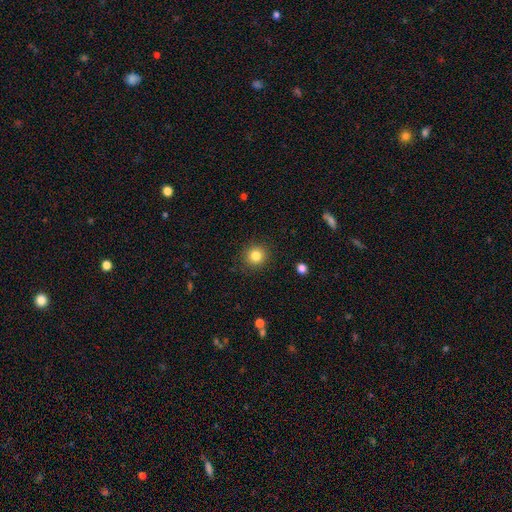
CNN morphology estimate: type=smooth (83%); roundness=round (93%); merging=none (91%).